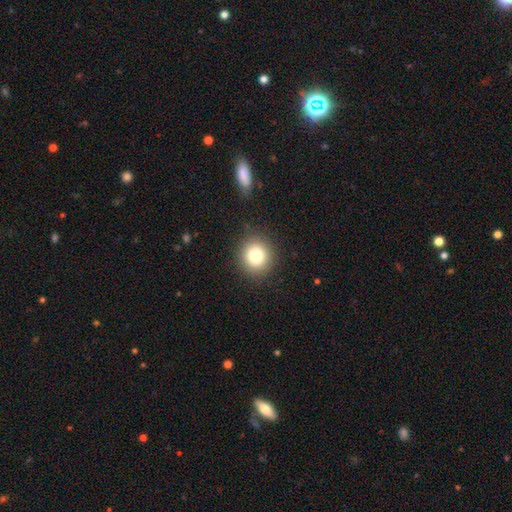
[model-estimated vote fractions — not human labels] This appears to be a smooth galaxy with no disk features (82%) that is round (89%). Merging: none (89%).